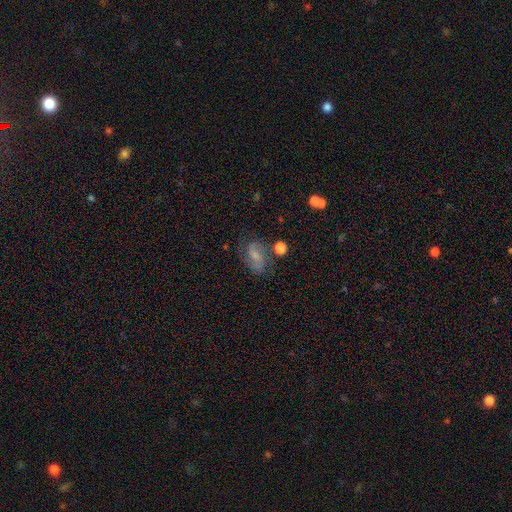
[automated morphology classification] Smooth or featured? featured or disk (59%)
Edge-on disk? no (97%)
Bar? weak (45%)
Spiral arms? yes (88%)
Spiral winding? medium (47%)
Spiral arm count? 2 (84%)
Bulge size? small (51%)
Merging? none (63%)